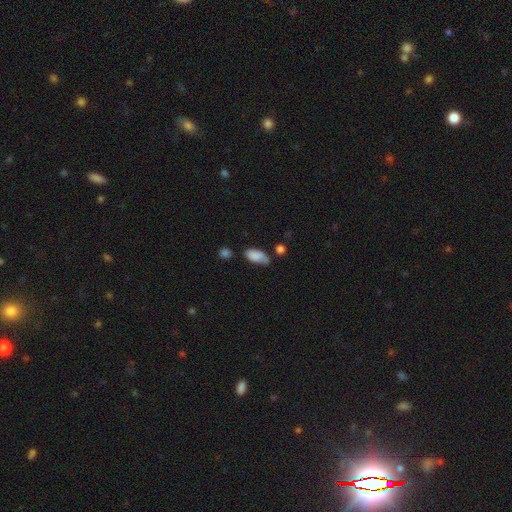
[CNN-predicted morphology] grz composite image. It shows a smooth galaxy with no disk features (82%) that is in between round and cigar-shaped (90%). Merging: none (48%).